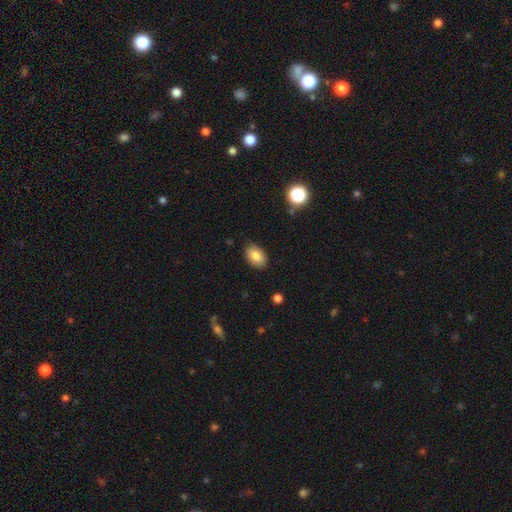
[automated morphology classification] This appears to be a smooth galaxy with no disk features (83%) that is in between round and cigar-shaped (89%). Merging: none (86%).